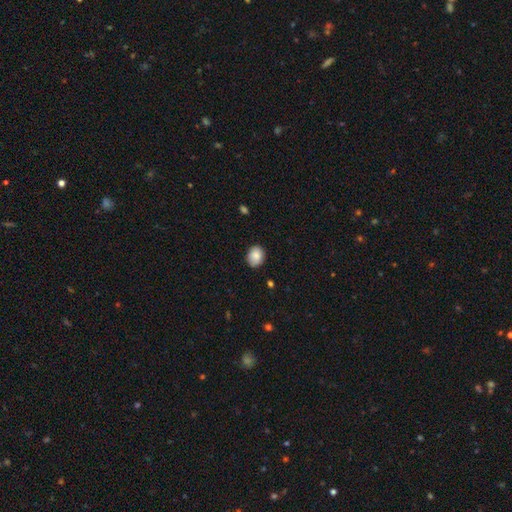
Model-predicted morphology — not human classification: smooth 87%, star or artifact 8%, featured or disk 6%. Down the decision tree: how rounded — in between (53%); merging — none (83%).